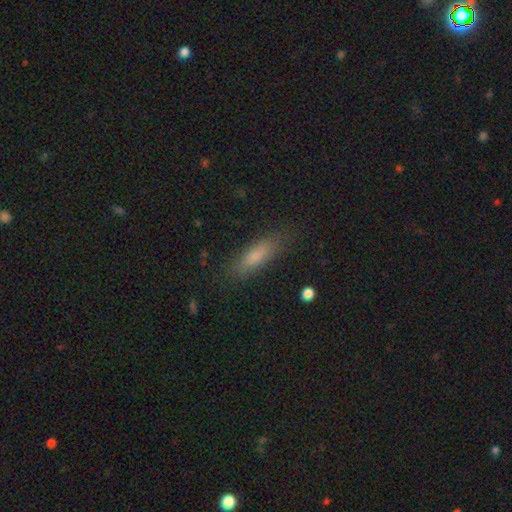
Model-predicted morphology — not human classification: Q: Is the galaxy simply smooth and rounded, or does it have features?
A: smooth — 78%.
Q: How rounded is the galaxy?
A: cigar-shaped — 57%.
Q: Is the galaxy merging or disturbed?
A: none — 83%.